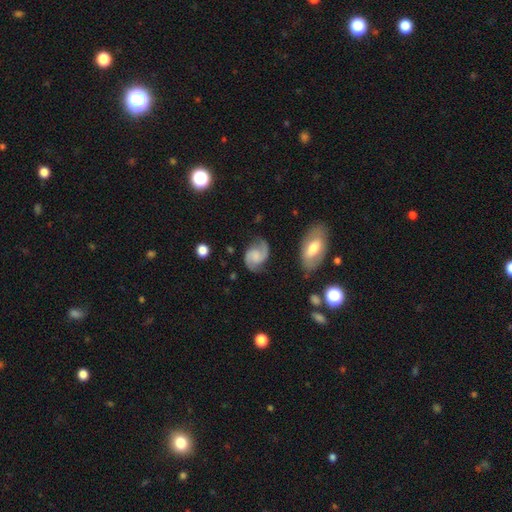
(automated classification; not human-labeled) smooth-or-featured: featured or disk: 84% | smooth: 10% | star or artifact: 6%
  disk-edge-on: no: 98% | yes: 2%
    bar: no: 57% | weak: 36% | strong: 7%
    has-spiral-arms: yes: 97% | no: 3%
      spiral-winding: medium: 53% | loose: 28% | tight: 19%
      spiral-arm-count: 2: 93% | can't tell: 3% | 1: 2% | 3: 1% | 4: 1% | more than 4: 1%
    bulge-size: none: 43% | small: 29% | moderate: 21% | large: 6% | dominant: 2%
  merging: none: 76% | minor disturbance: 16% | major disturbance: 6% | merger: 2%